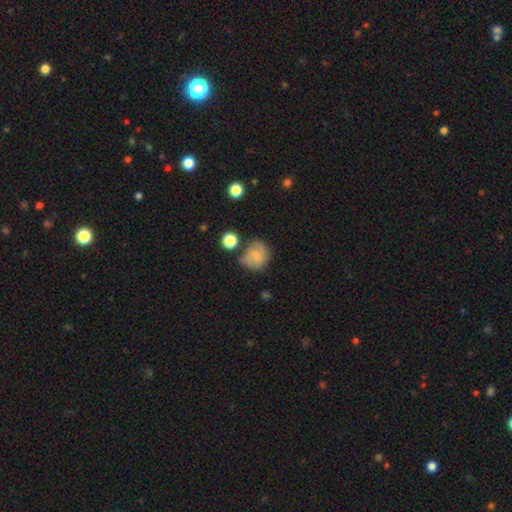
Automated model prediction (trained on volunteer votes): Morphology: type=smooth (54%); roundness=round (79%); merging=none (60%).